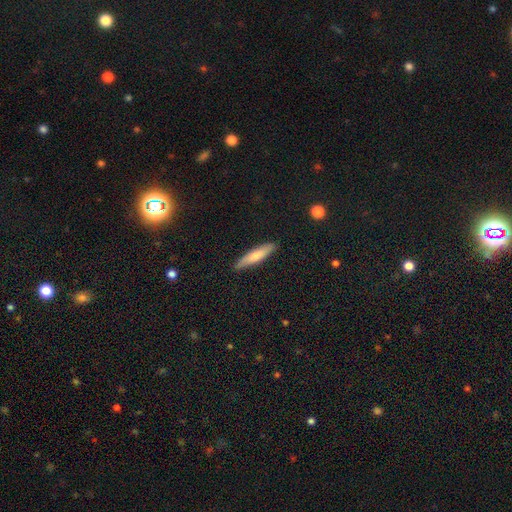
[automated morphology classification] Smooth or featured? Predicted: smooth (p=0.71). How rounded? Predicted: cigar-shaped (p=0.83). Merging? Predicted: none (p=0.89).